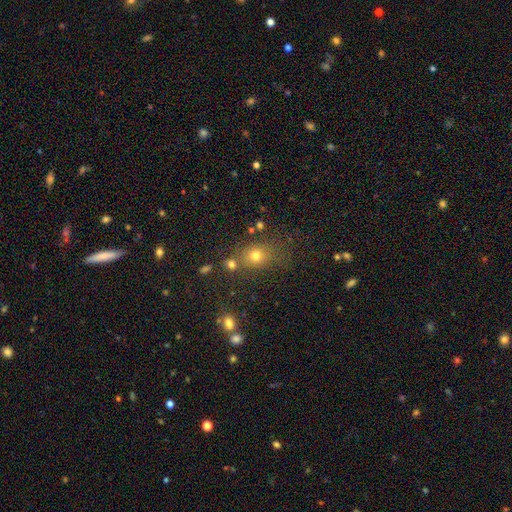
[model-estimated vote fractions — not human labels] smooth-or-featured: smooth: 69% | star or artifact: 20% | featured or disk: 11%
  how-rounded: round: 60% | in between: 38% | cigar-shaped: 2%
  merging: none: 66% | minor disturbance: 14% | merger: 13% | major disturbance: 7%